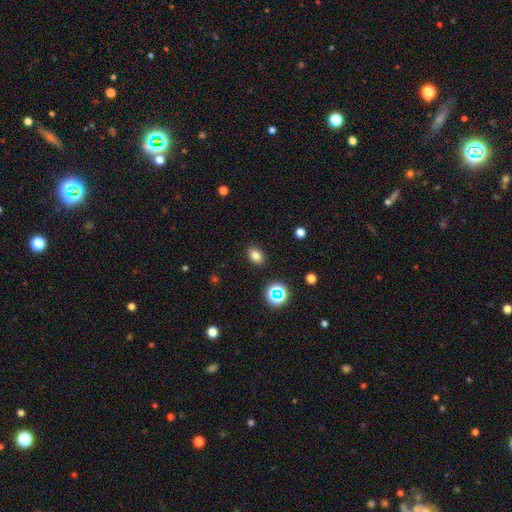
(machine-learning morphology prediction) The model was most divided on "how rounded": in between: 76%, round: 23%, cigar-shaped: 1%. More confident: merging — none (88%); smooth or featured — smooth (80%).